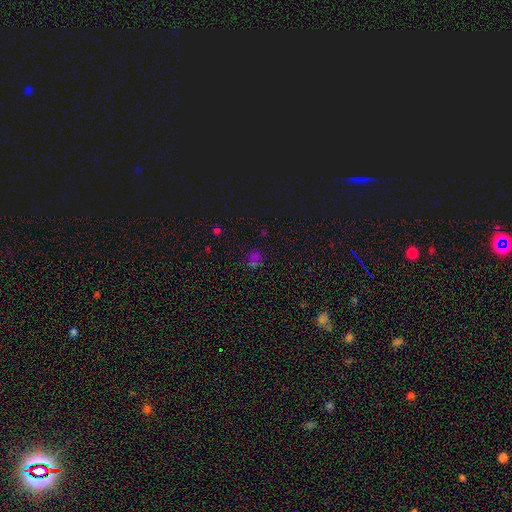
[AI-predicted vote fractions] Smooth or featured: star or artifact — 46% (tied with smooth — 46%)